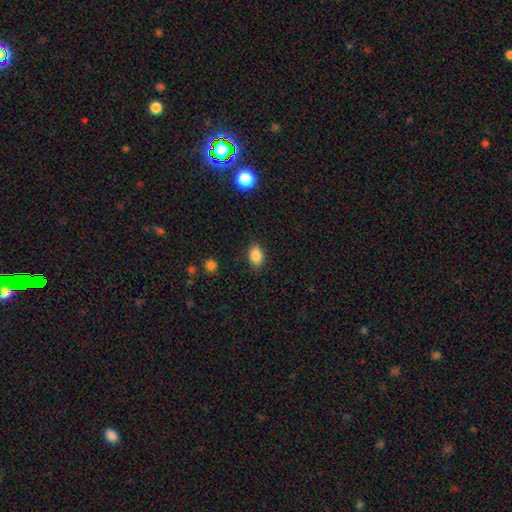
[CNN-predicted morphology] A smooth galaxy with no disk features (86%) that is in between round and cigar-shaped (81%). Merging: none (85%).